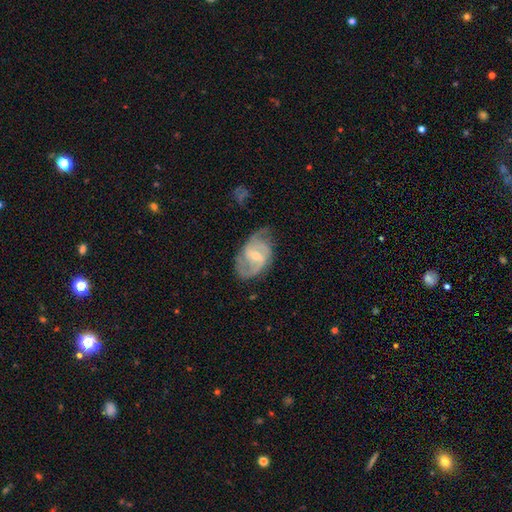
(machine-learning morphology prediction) type=featured or disk (85%); edge-on=no (97%); bar=weak (54%); spiral arms=yes (95%); winding=medium (51%); arm count=2 (60%); bulge=small (54%); merging=none (64%).